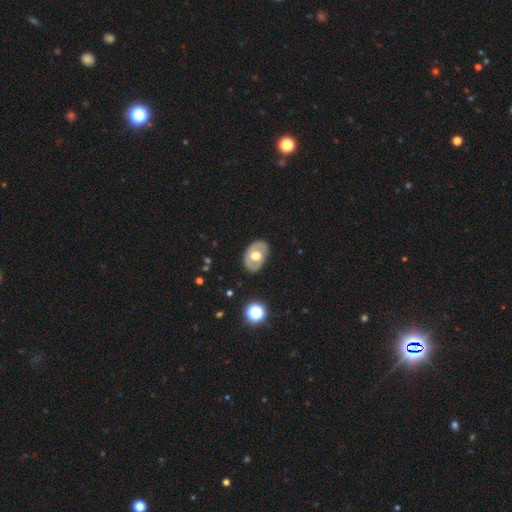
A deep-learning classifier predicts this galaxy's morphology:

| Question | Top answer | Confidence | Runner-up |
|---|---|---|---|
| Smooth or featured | featured or disk | 50% | smooth (44%) |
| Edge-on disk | no | 91% | yes (9%) |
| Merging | none | 82% | minor disturbance (13%) |